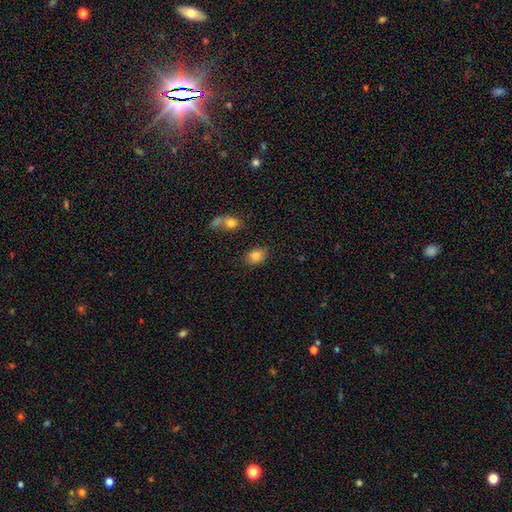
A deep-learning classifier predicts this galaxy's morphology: A smooth galaxy with no disk features (84%) that is in between round and cigar-shaped (67%). Merging: none (80%).